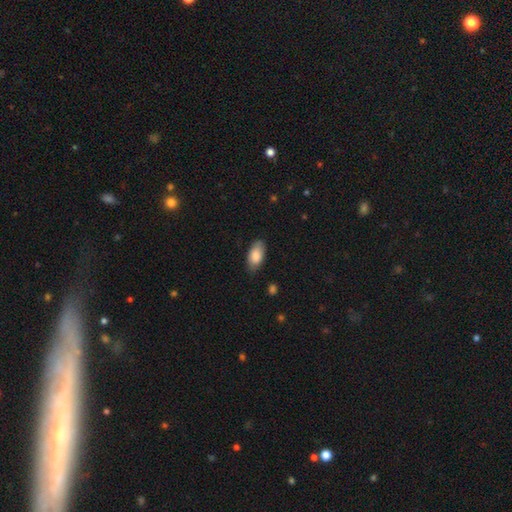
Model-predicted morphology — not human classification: type=smooth (84%); roundness=in between (93%); merging=none (79%).